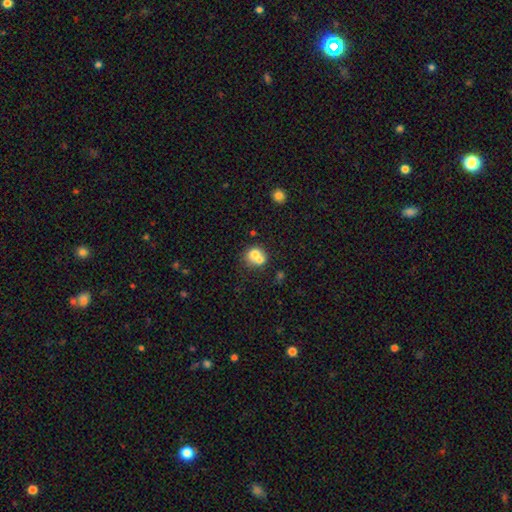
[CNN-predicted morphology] A smooth galaxy with no disk features (69%) that is round (75%).

Vote fractions:
- Smooth or featured? smooth: 69% / featured or disk: 21% / star or artifact: 10%
- How rounded? round: 75% / in between: 24% / cigar-shaped: 1%
- Merging? merger: 58% / none: 32% / minor disturbance: 7% / major disturbance: 3%